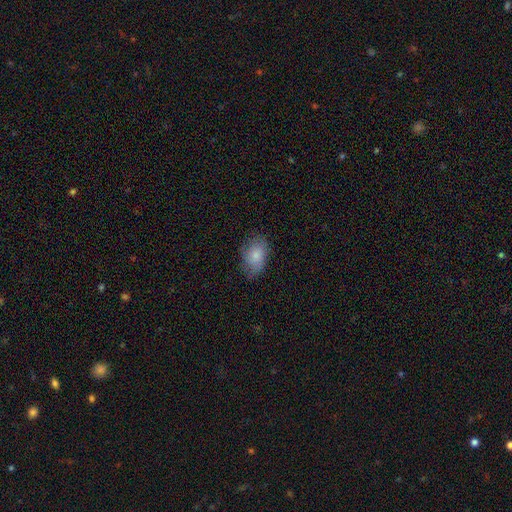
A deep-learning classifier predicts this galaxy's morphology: A smooth galaxy with no disk features (77%) that is in between round and cigar-shaped (88%). Merging: none (65%).